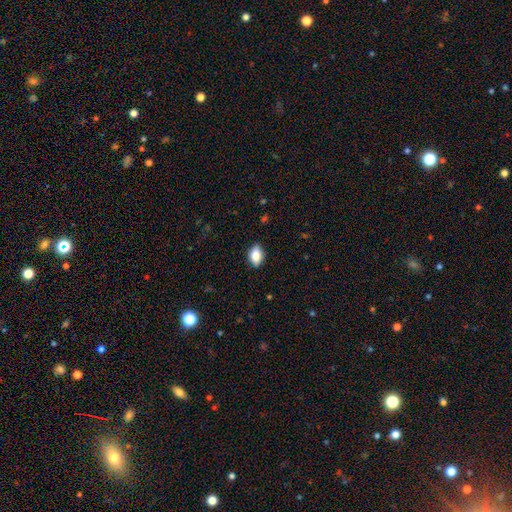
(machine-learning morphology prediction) smooth 79%, featured or disk 14%, star or artifact 8%. Down the decision tree: how rounded — in between (87%); merging — none (83%).